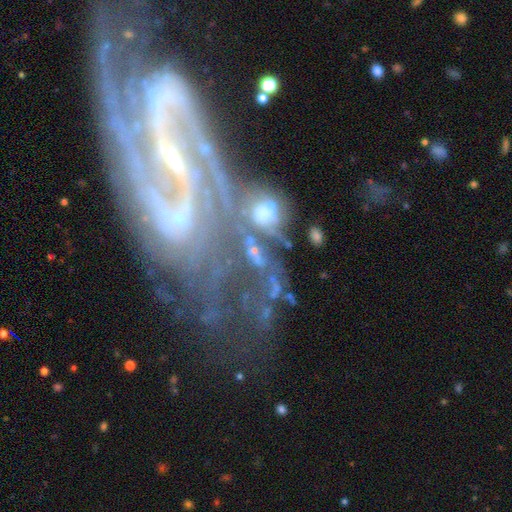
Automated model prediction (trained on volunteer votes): Smooth or featured?
  - featured or disk: 65% *
  - star or artifact: 19%
  - smooth: 16%
Edge-on disk?
  - no: 94% *
  - yes: 6%
Bar?
  - no: 56% *
  - weak: 25%
  - strong: 19%
Spiral arms?
  - yes: 71% *
  - no: 29%
Bulge size?
  - small: 39% *
  - moderate: 28%
  - none: 23%
  - large: 7%
  - dominant: 4%
Merging?
  - merger: 37% *
  - none: 29%
  - major disturbance: 21%
  - minor disturbance: 13%